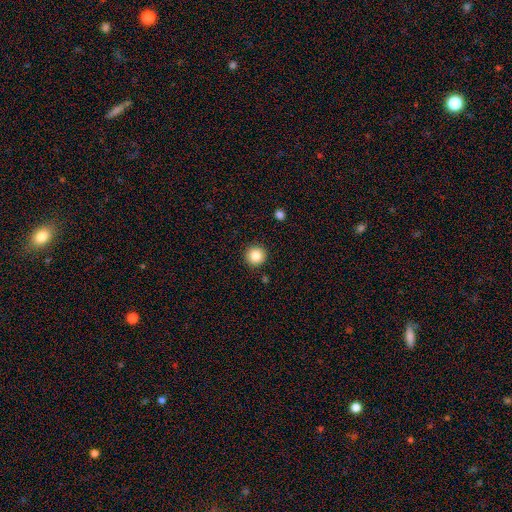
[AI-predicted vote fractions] Q: Smooth or featured?
A: smooth (85%); runner-up: star or artifact (10%)
Q: How rounded?
A: round (96%); runner-up: in between (3%)
Q: Merging?
A: none (91%); runner-up: minor disturbance (5%)